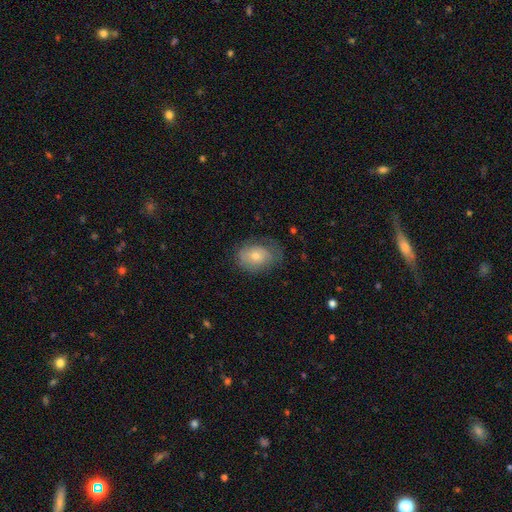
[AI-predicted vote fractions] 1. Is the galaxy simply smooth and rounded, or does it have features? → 64% smooth, 29% featured or disk, 7% star or artifact.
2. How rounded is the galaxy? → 69% in between, 30% round, 1% cigar-shaped.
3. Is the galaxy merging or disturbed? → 57% none, 28% minor disturbance, 14% major disturbance, 1% merger.